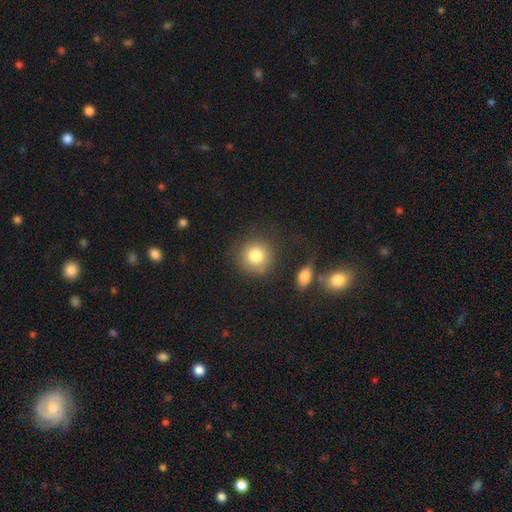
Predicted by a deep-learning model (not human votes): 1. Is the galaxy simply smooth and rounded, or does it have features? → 82% smooth, 10% star or artifact, 9% featured or disk.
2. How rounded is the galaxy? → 91% round, 8% in between, 1% cigar-shaped.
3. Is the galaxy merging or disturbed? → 79% none, 11% minor disturbance, 5% major disturbance, 5% merger.